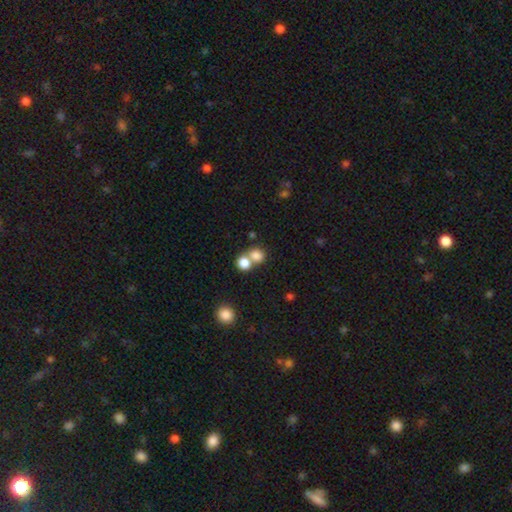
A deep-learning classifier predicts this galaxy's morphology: The model was most divided on "merging": merger: 48%, none: 42%, minor disturbance: 6%, major disturbance: 3%. More confident: smooth or featured — smooth (80%); how rounded — round (74%).